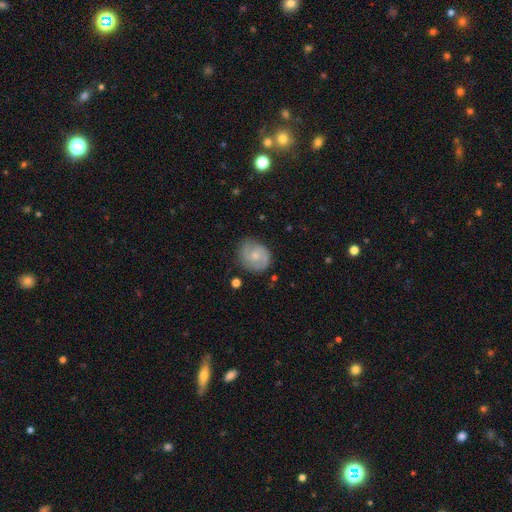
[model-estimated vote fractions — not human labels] This appears to be a featured or disk galaxy (63%) with no bar (65%), 2 (75%) medium (45%) spiral arms (90%) and a small central bulge (54%). Merging: none (76%).